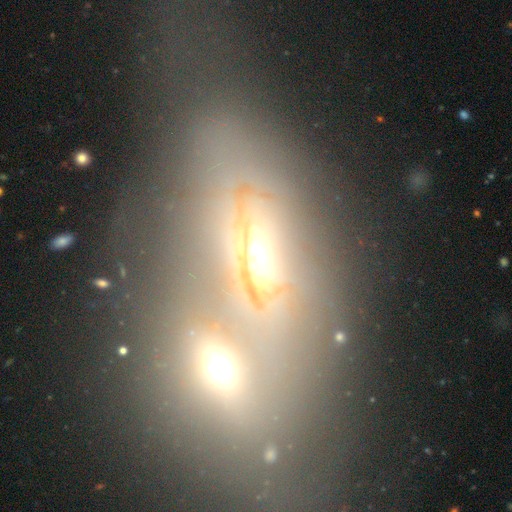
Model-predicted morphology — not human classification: A featured or disk galaxy (53%). Merging: merger (51%).